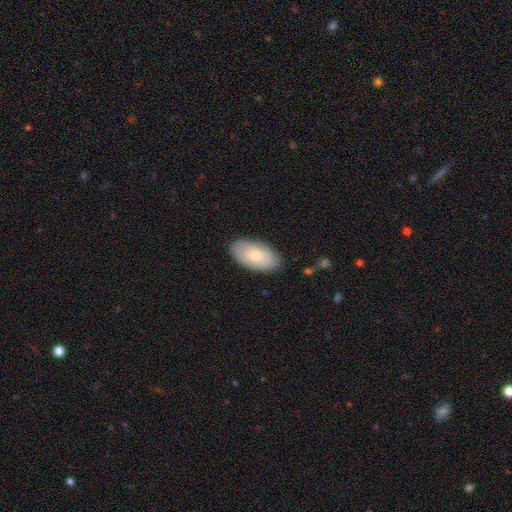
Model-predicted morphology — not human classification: This appears to be a smooth galaxy with no disk features (66%) that is in between round and cigar-shaped (94%). Merging: none (82%).